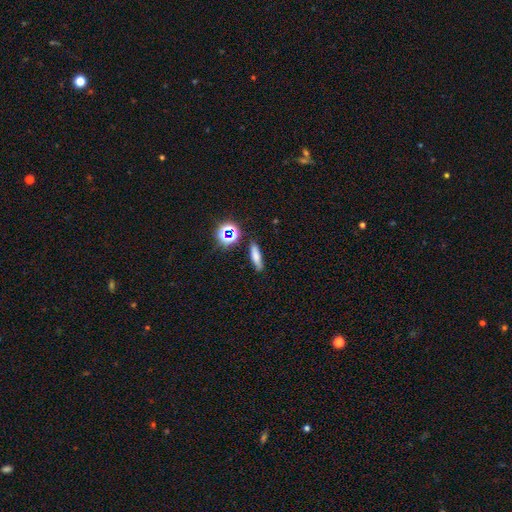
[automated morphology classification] smooth 69%, star or artifact 16%, featured or disk 15%. Down the decision tree: how rounded — cigar-shaped (63%); merging — none (81%).